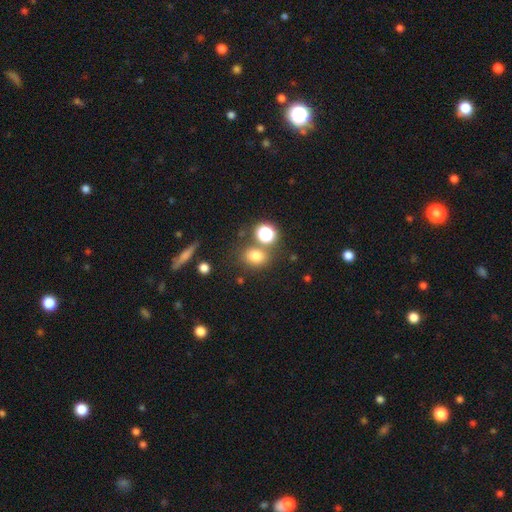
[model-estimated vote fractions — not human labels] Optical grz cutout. It shows a smooth galaxy with no disk features (74%) that is round (58%). Merging: none (69%).